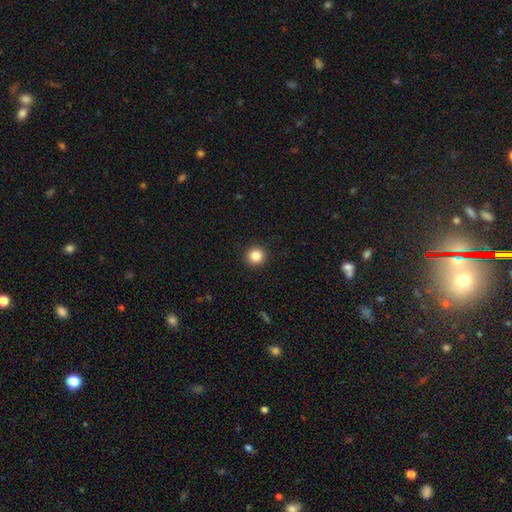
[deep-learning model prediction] The model was most divided on "smooth or featured": smooth: 85%, star or artifact: 11%, featured or disk: 5%. More confident: how rounded — round (95%); merging — none (93%).